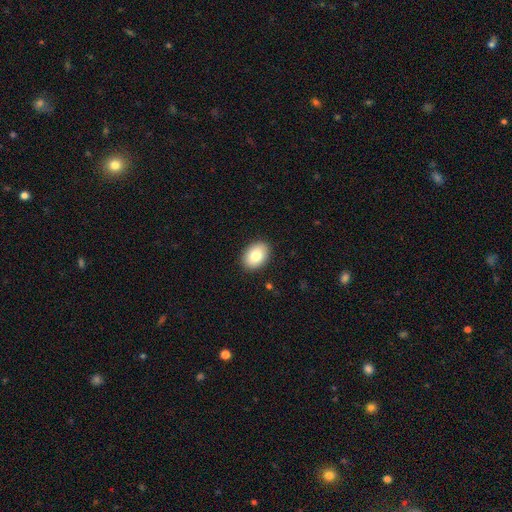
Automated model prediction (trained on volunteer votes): Smooth or featured: smooth — 84% (featured or disk — 9%)
How rounded: in between — 82% (round — 17%)
Merging: none — 90% (minor disturbance — 7%)